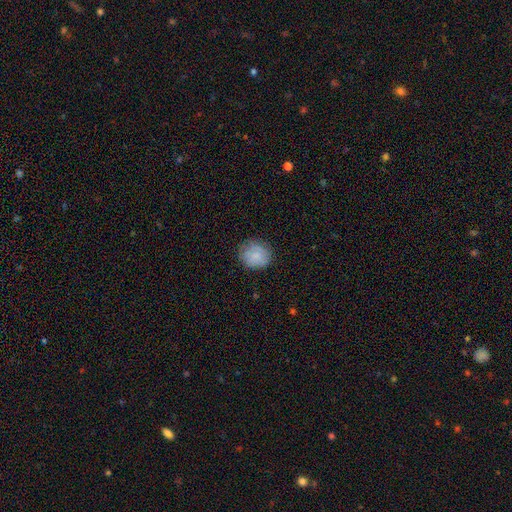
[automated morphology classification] A smooth galaxy with no disk features (81%) that is round (74%).

Vote fractions:
- Smooth or featured? smooth: 81% / featured or disk: 12% / star or artifact: 8%
- How rounded? round: 74% / in between: 25% / cigar-shaped: 1%
- Merging? none: 76% / minor disturbance: 18% / major disturbance: 5% / merger: 1%